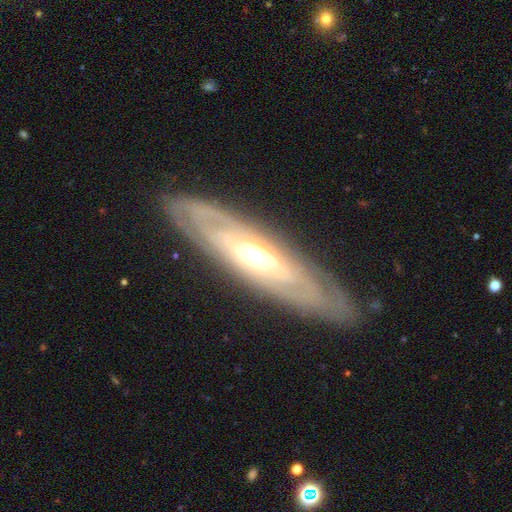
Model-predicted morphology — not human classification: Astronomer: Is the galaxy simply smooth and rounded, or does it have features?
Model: featured or disk — 80%.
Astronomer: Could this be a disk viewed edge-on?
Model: no — 66%.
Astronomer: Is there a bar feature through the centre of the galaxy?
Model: no — 64%.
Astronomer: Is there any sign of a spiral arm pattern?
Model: yes — 63%.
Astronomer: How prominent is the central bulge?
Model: moderate — 68%.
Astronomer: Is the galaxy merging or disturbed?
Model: none — 85%.